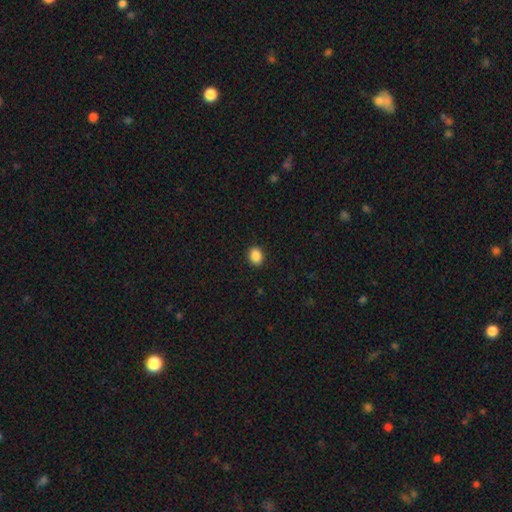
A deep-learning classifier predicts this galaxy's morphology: Smooth or featured: smooth — 88% (star or artifact — 9%)
How rounded: round — 51% (in between — 48%)
Merging: none — 91% (minor disturbance — 6%)